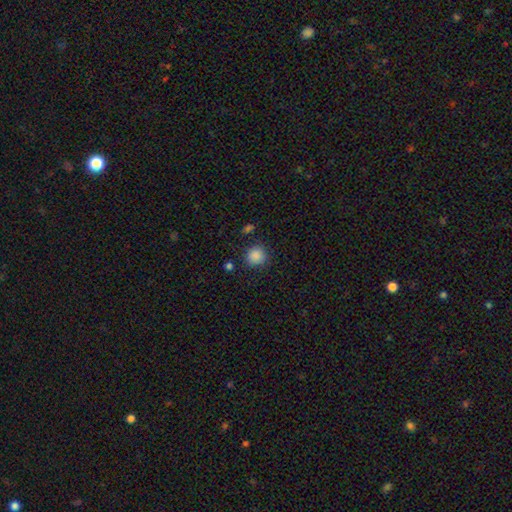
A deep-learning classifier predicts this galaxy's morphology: This is clearly a smooth galaxy (87%). How rounded: clearly round (88%). Merging: clearly none (82%).